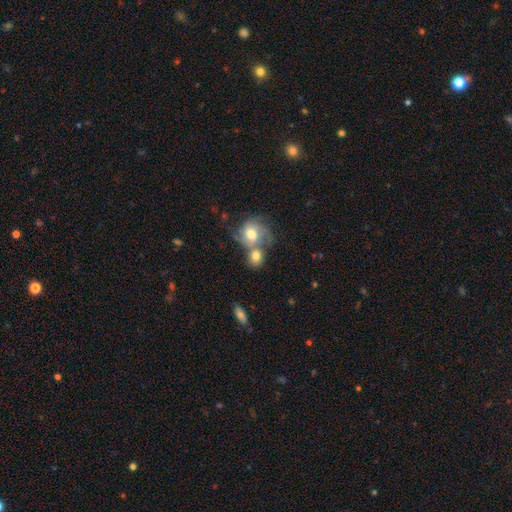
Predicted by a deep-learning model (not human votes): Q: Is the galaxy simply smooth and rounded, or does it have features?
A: smooth — 61%.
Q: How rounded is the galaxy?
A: round — 61%.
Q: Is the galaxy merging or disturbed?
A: merger — 54%.